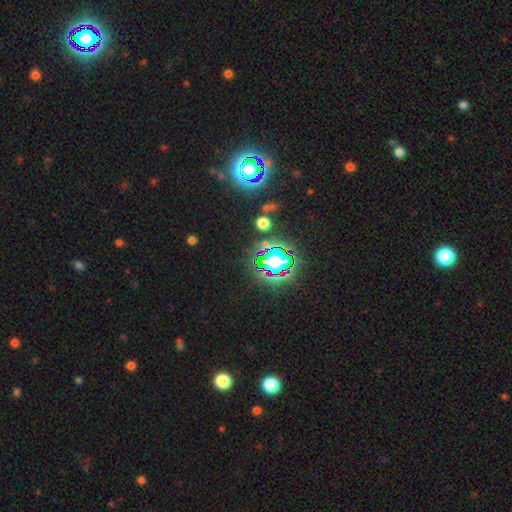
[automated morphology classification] This is clearly a star or artifact rather than a galaxy (82%).